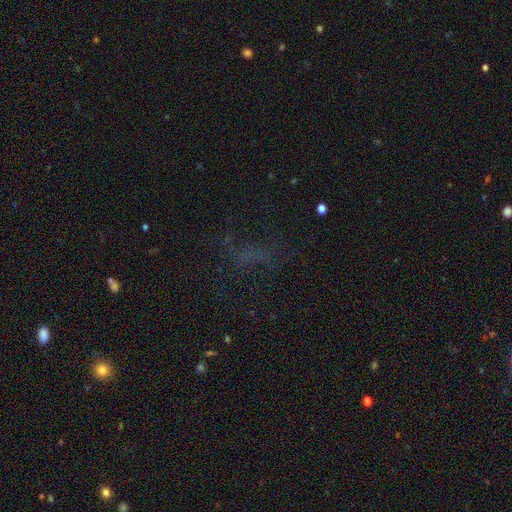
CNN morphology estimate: A star or artifact, not a galaxy (52%).